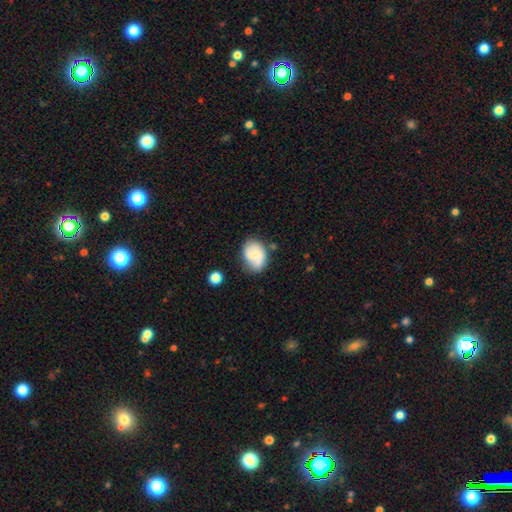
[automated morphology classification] A smooth galaxy with no disk features (50%) that is in between round and cigar-shaped (68%). Merging: none (64%).